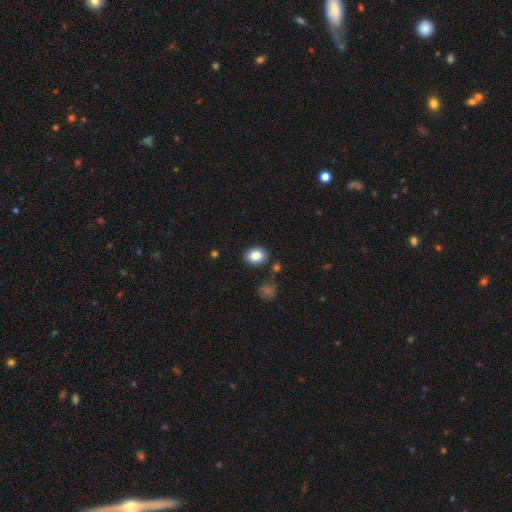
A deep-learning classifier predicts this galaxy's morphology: The model was most divided on "how rounded": in between: 56%, round: 43%, cigar-shaped: 1%. More confident: smooth or featured — smooth (84%); merging — none (84%).